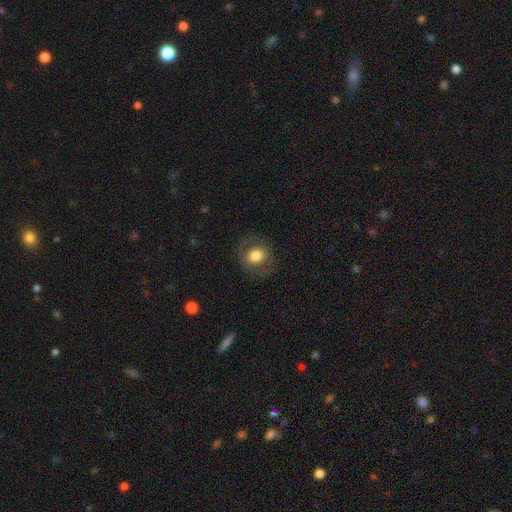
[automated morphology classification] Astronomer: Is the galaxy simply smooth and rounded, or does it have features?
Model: smooth — 70%.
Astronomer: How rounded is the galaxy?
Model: round — 75%.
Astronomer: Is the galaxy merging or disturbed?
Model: none — 81%.